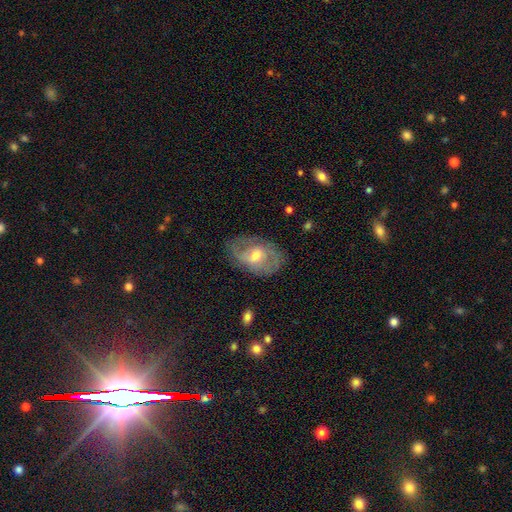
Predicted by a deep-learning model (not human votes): featured or disk 66%, smooth 25%, star or artifact 8%. Down the decision tree: edge-on disk — no (94%); bar — weak (47%); spiral arms — yes (76%); bulge size — moderate (63%); merging — none (70%).